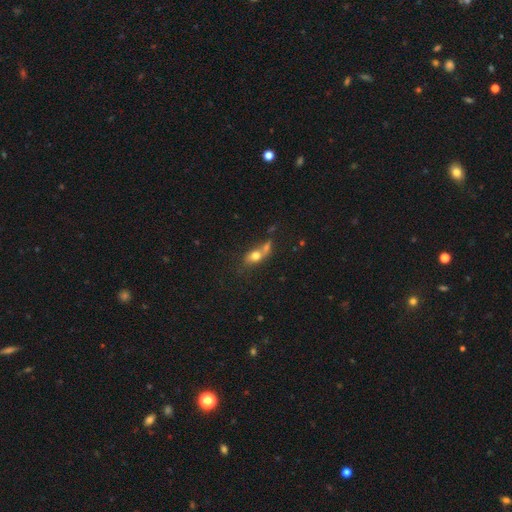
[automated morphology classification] Smooth or featured? Predicted: smooth (p=0.67). How rounded? Predicted: in between (p=0.61). Merging? Predicted: merger (p=0.47).